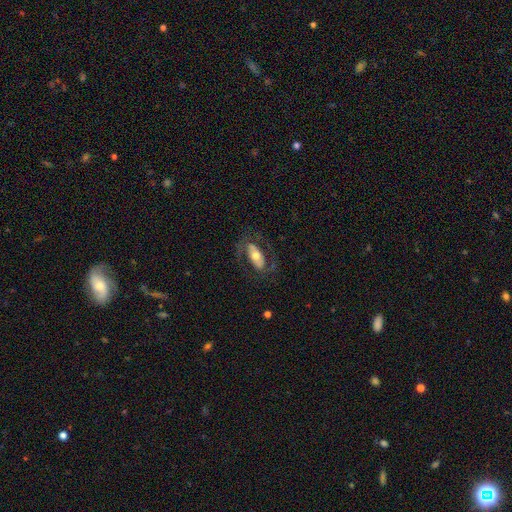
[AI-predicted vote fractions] Q: Smooth or featured?
A: featured or disk (48%); runner-up: smooth (46%)
Q: Merging?
A: none (70%); runner-up: minor disturbance (15%)